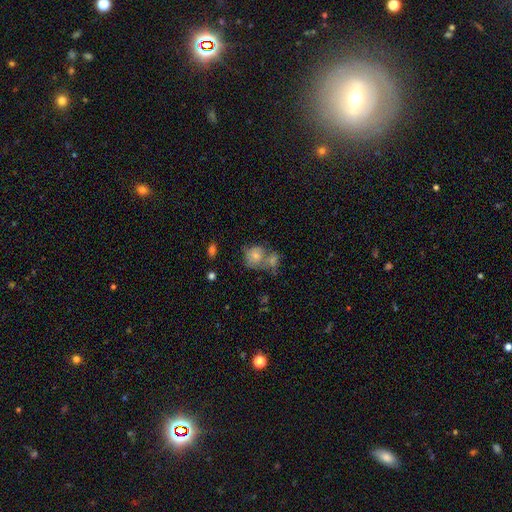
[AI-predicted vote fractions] smooth-or-featured: smooth: 68% | featured or disk: 23% | star or artifact: 9%
  how-rounded: round: 64% | in between: 35% | cigar-shaped: 1%
  merging: merger: 46% | none: 32% | minor disturbance: 14% | major disturbance: 8%